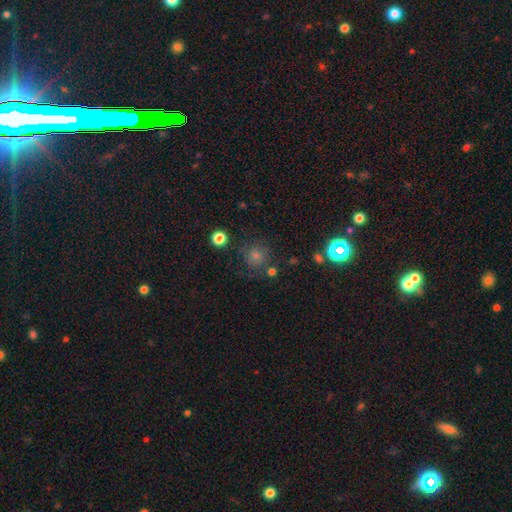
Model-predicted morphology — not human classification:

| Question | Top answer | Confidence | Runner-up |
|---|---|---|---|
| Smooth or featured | smooth | 49% | star or artifact (33%) |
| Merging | none | 77% | minor disturbance (12%) |